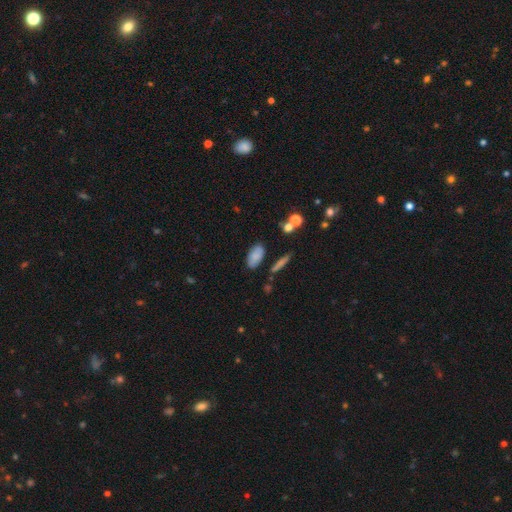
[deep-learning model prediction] A smooth galaxy with no disk features (80%) that is in between round and cigar-shaped (89%). Merging: none (77%).